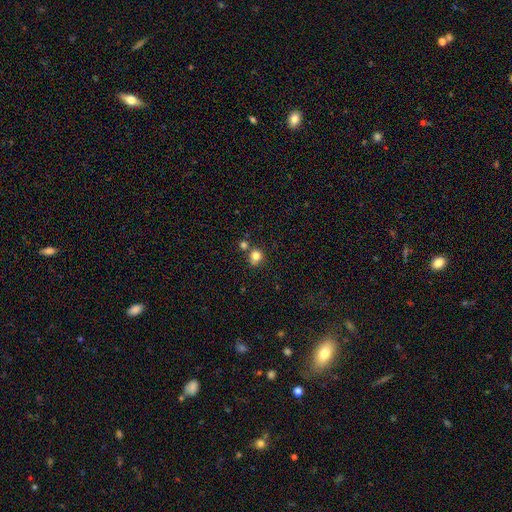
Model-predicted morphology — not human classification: This is clearly a smooth galaxy (80%). How rounded: clearly round (86%). Merging: likely none (64%).